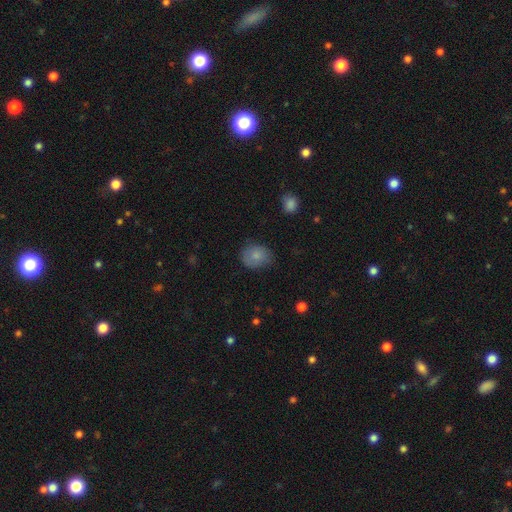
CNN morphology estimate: Smooth or featured: smooth — 82% (featured or disk — 10%)
How rounded: round — 60% (in between — 39%)
Merging: none — 70% (minor disturbance — 23%)